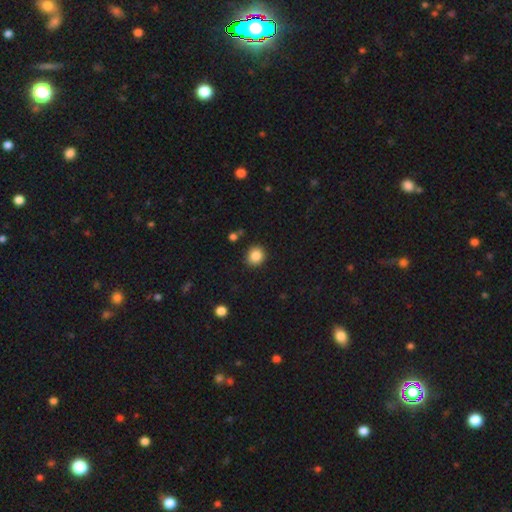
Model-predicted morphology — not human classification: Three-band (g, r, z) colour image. It shows a smooth galaxy with no disk features (86%) that is round (83%). Merging: none (87%).